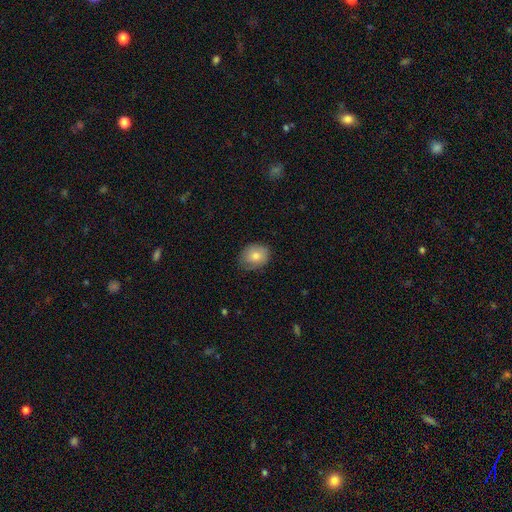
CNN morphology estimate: smooth 77%, featured or disk 15%, star or artifact 8%. Down the decision tree: how rounded — round (54%); merging — none (75%).